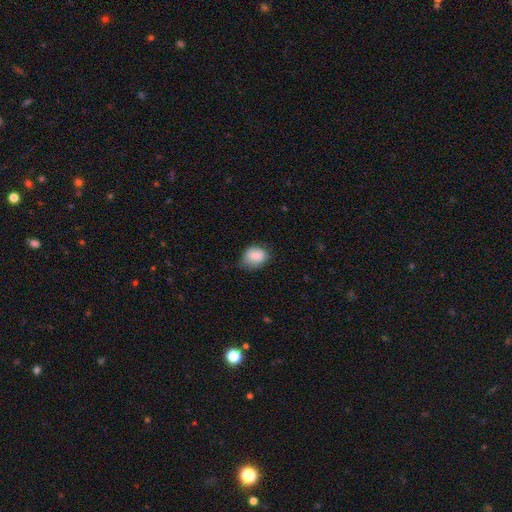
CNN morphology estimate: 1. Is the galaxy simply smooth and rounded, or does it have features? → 83% smooth, 9% featured or disk, 8% star or artifact.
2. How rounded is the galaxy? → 50% in between, 49% round, 1% cigar-shaped.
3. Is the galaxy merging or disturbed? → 62% none, 29% minor disturbance, 7% major disturbance, 1% merger.